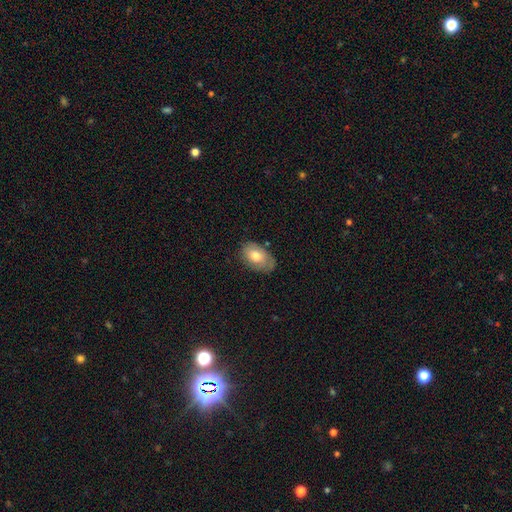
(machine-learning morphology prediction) This is likely a smooth galaxy (71%). How rounded: clearly in between (91%). Merging: likely none (70%).